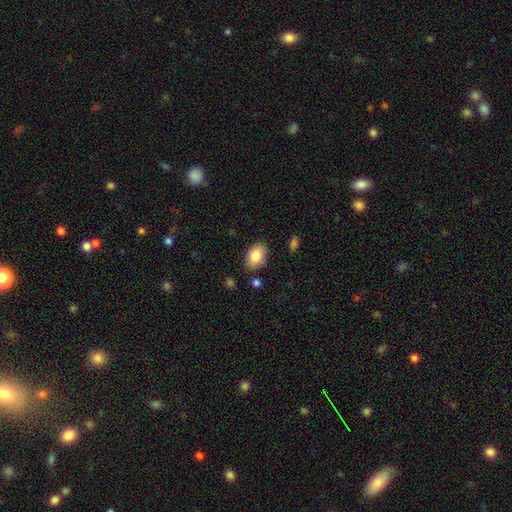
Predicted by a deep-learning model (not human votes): Overall: smooth (84%). How rounded: in between (87%). Merging: none (85%).